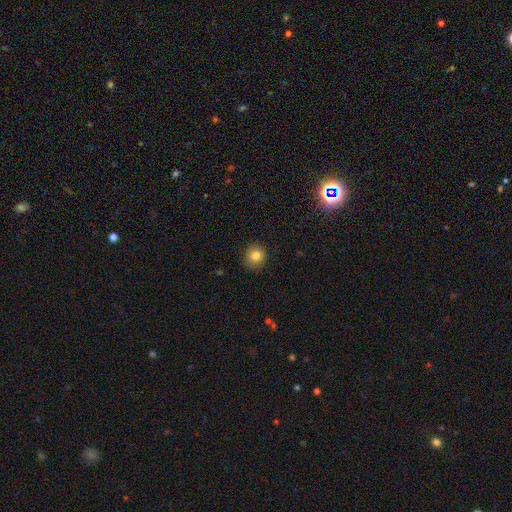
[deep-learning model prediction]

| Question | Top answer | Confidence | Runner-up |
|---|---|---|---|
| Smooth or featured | smooth | 81% | star or artifact (11%) |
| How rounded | round | 86% | in between (13%) |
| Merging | none | 89% | minor disturbance (8%) |